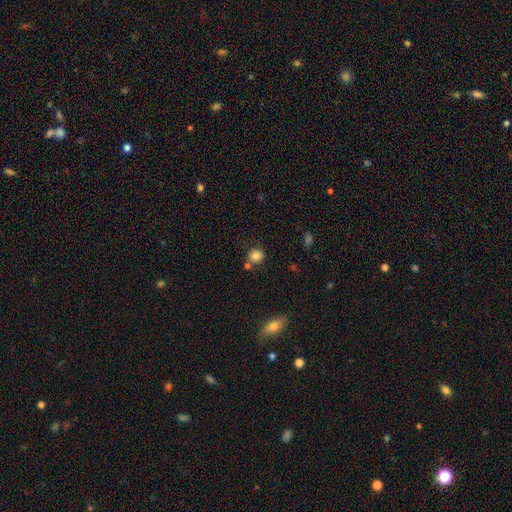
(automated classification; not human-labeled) Smooth or featured?
  - smooth: 83% *
  - star or artifact: 11%
  - featured or disk: 7%
How rounded?
  - round: 83% *
  - in between: 16%
  - cigar-shaped: 1%
Merging?
  - none: 69% *
  - merger: 14%
  - minor disturbance: 13%
  - major disturbance: 4%